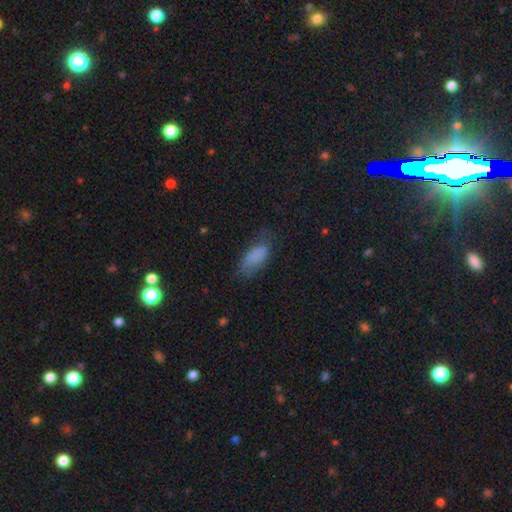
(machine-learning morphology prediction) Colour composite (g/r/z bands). It shows a smooth galaxy with no disk features (78%) that is in between round and cigar-shaped (86%). Merging: none (54%).